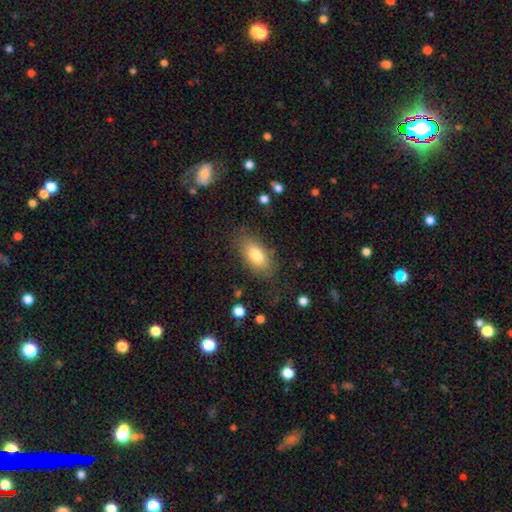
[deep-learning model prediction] A smooth galaxy with no disk features (77%) that is in between round and cigar-shaped (88%). Merging: none (78%).